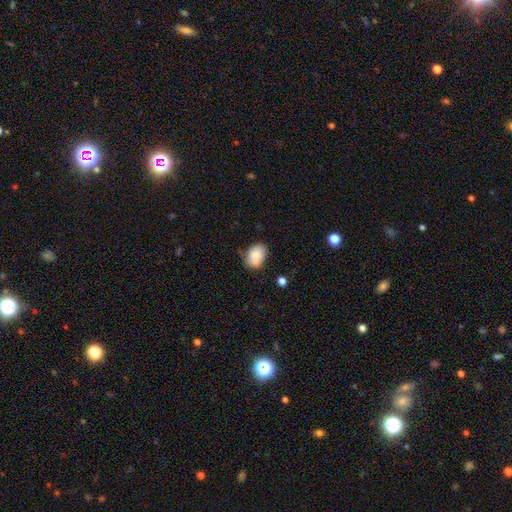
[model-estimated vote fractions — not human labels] Smooth or featured?
  - smooth: 84% *
  - featured or disk: 9%
  - star or artifact: 7%
How rounded?
  - in between: 77% *
  - round: 22%
  - cigar-shaped: 1%
Merging?
  - none: 69% *
  - minor disturbance: 22%
  - merger: 5%
  - major disturbance: 4%